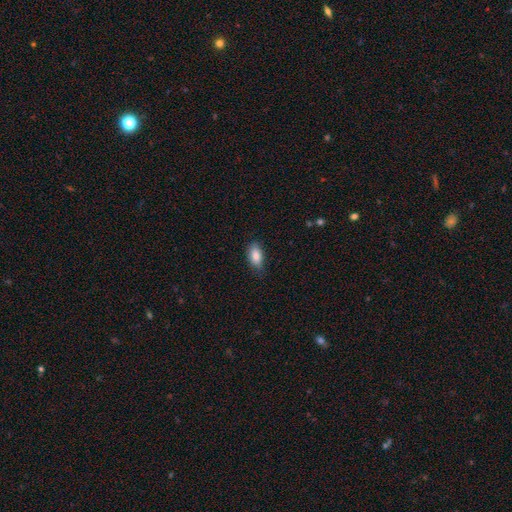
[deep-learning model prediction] Smooth or featured? Predicted: smooth (p=0.85). How rounded? Predicted: in between (p=0.89). Merging? Predicted: none (p=0.77).